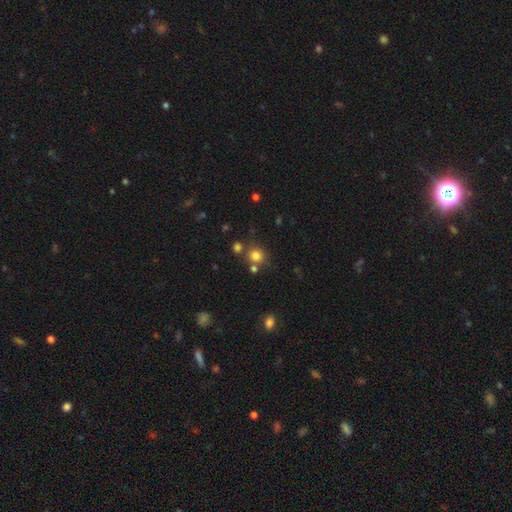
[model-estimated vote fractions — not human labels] smooth_or_featured: smooth (p=0.79) [alt: star or artifact p=0.15]
how_rounded: round (p=0.86) [alt: in between p=0.13]
merging: none (p=0.70) [alt: merger p=0.16]